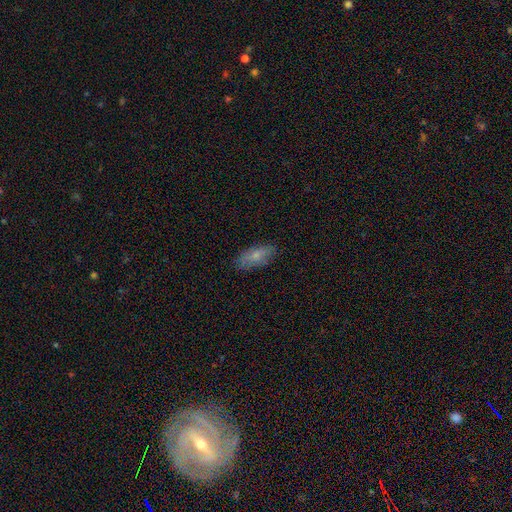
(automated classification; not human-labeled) A smooth galaxy with no disk features (74%) that is in between round and cigar-shaped (80%).

Vote fractions:
- Smooth or featured? smooth: 74% / featured or disk: 19% / star or artifact: 7%
- How rounded? in between: 80% / cigar-shaped: 17% / round: 3%
- Merging? none: 80% / minor disturbance: 16% / major disturbance: 3% / merger: 1%